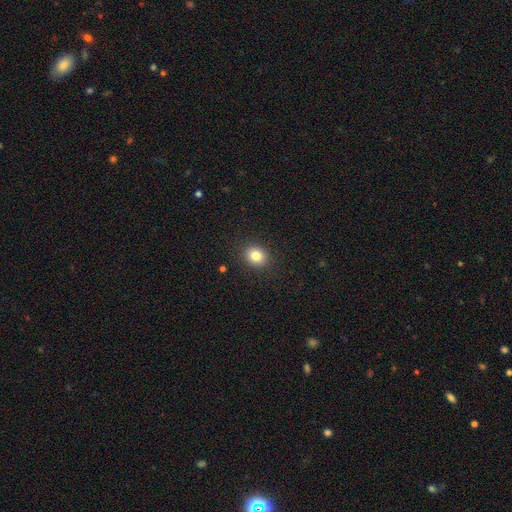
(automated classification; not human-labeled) A smooth galaxy with no disk features (82%) that is round (66%). Merging: none (90%).